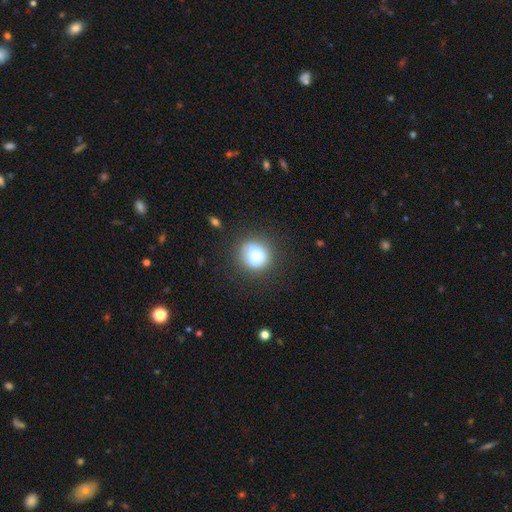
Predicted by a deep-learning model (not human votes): Smooth or featured?
  - smooth: 81% *
  - star or artifact: 10%
  - featured or disk: 9%
How rounded?
  - round: 89% *
  - in between: 10%
  - cigar-shaped: 1%
Merging?
  - none: 80% *
  - minor disturbance: 13%
  - major disturbance: 5%
  - merger: 2%